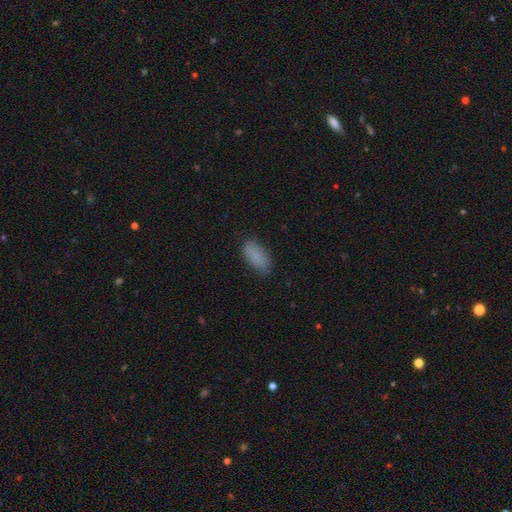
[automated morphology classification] smooth-or-featured: smooth: 86% | star or artifact: 8% | featured or disk: 6%
  how-rounded: in between: 85% | cigar-shaped: 12% | round: 2%
  merging: none: 79% | minor disturbance: 16% | major disturbance: 4% | merger: 1%